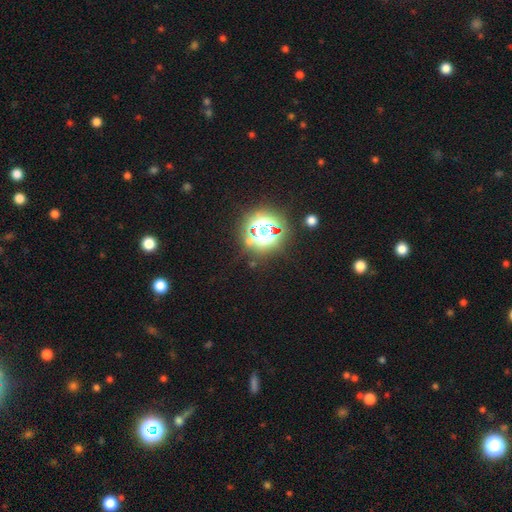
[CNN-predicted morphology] The model was most divided on "smooth or featured": star or artifact: 80%, smooth: 13%, featured or disk: 7%.